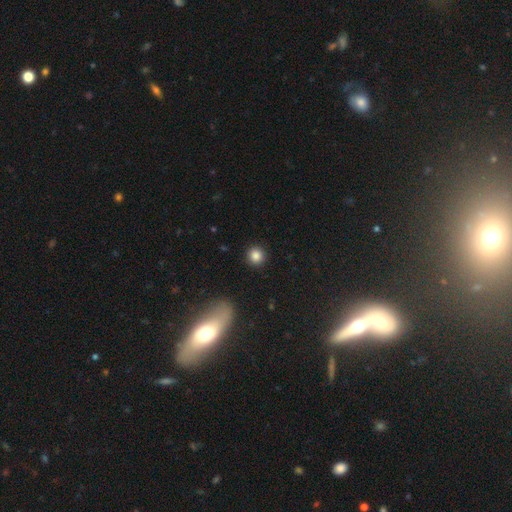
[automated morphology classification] smooth-or-featured: smooth: 85% | star or artifact: 11% | featured or disk: 5%
  how-rounded: round: 95% | in between: 4% | cigar-shaped: 1%
  merging: none: 92% | minor disturbance: 5% | major disturbance: 2% | merger: 1%